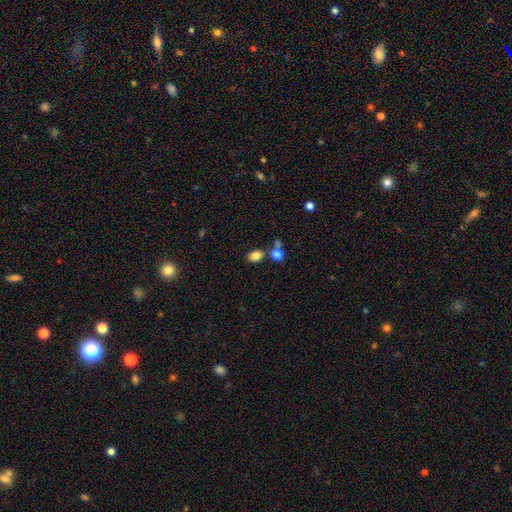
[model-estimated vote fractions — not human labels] smooth-or-featured: smooth: 83% | star or artifact: 10% | featured or disk: 7%
  how-rounded: in between: 77% | round: 21% | cigar-shaped: 1%
  merging: none: 61% | merger: 25% | minor disturbance: 11% | major disturbance: 4%